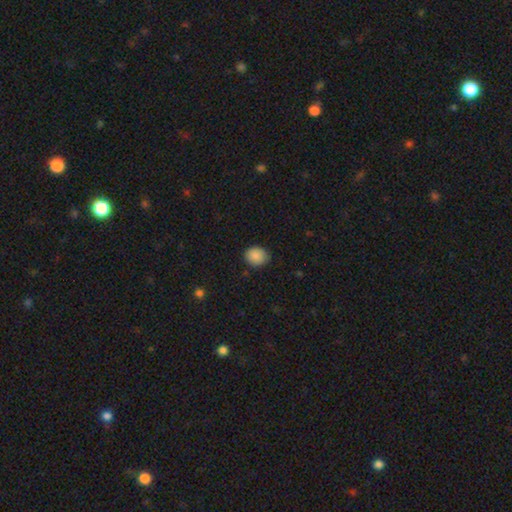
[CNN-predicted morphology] smooth-or-featured: smooth: 88% | star or artifact: 8% | featured or disk: 3%
  how-rounded: round: 61% | in between: 38% | cigar-shaped: 1%
  merging: none: 84% | minor disturbance: 13% | major disturbance: 3% | merger: 1%